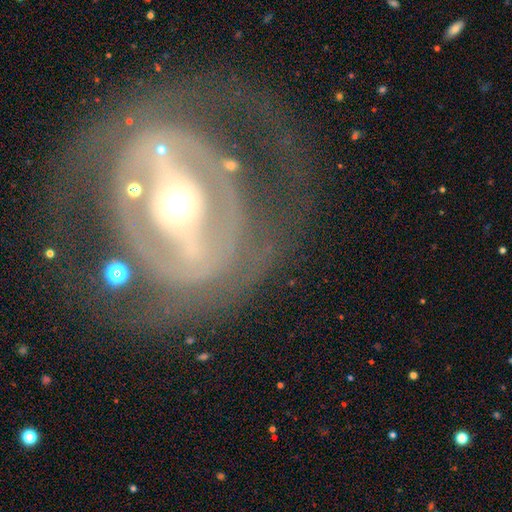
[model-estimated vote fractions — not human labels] smooth-or-featured: featured or disk: 81% | smooth: 12% | star or artifact: 7%
  disk-edge-on: no: 93% | yes: 7%
    bar: strong: 58% | weak: 23% | no: 20%
    has-spiral-arms: yes: 54% | no: 46%
    bulge-size: moderate: 56% | small: 31% | large: 10% | dominant: 2% | none: 1%
  merging: none: 63% | major disturbance: 19% | minor disturbance: 14% | merger: 3%